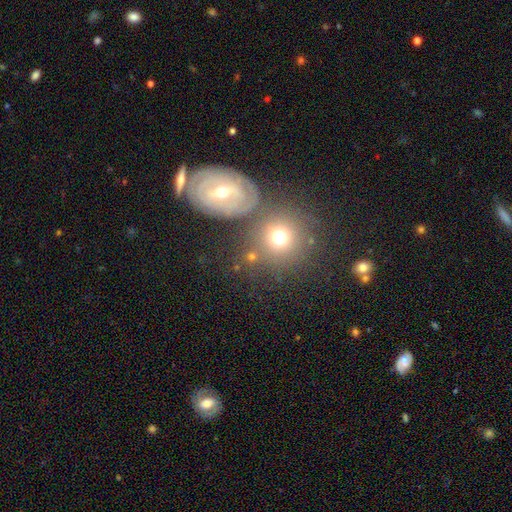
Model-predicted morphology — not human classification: Smooth or featured?
  - smooth: 43% *
  - featured or disk: 34%
  - star or artifact: 23%
Merging?
  - none: 65% *
  - merger: 19%
  - minor disturbance: 11%
  - major disturbance: 5%